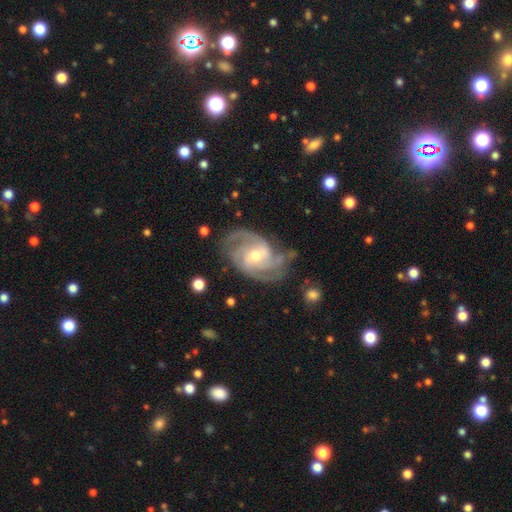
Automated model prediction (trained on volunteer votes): Smooth or featured? Predicted: featured or disk (p=0.91). Edge-on disk? Predicted: no (p=0.98). Bar? Predicted: weak (p=0.47). Spiral arms? Predicted: yes (p=0.98). Spiral winding? Predicted: tight (p=0.47). Spiral arm count? Predicted: 3 (p=0.40). Bulge size? Predicted: moderate (p=0.57). Merging? Predicted: none (p=0.70).